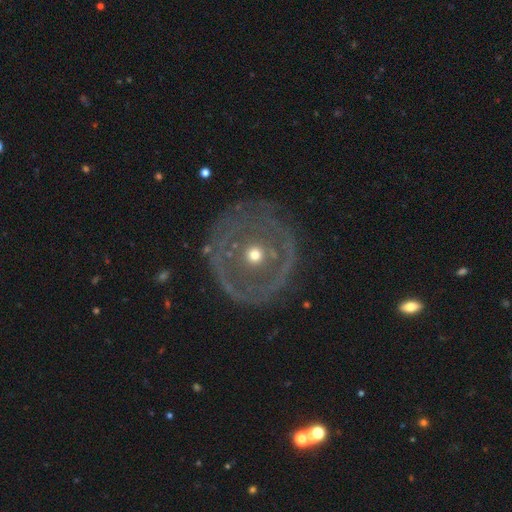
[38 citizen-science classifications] This is likely a featured or disk galaxy (68%). It is clearly not viewed edge-on (100%). Bar: clearly no (92%). Spiral arm pattern: clearly no (85%). Central bulge: possibly moderate (54%). Merging: likely none (72%).